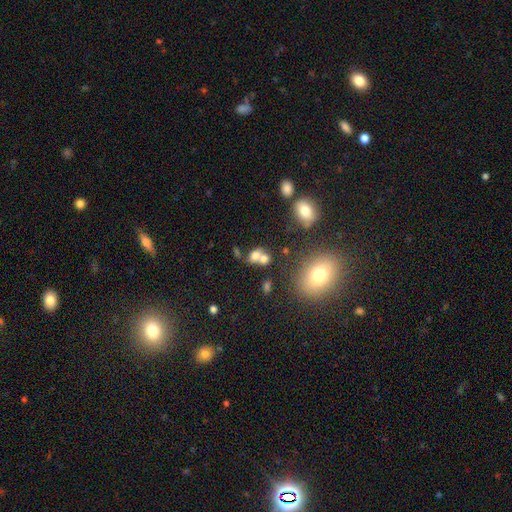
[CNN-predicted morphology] smooth 70%, featured or disk 16%, star or artifact 14%. Down the decision tree: how rounded — in between (50%); merging — merger (56%).